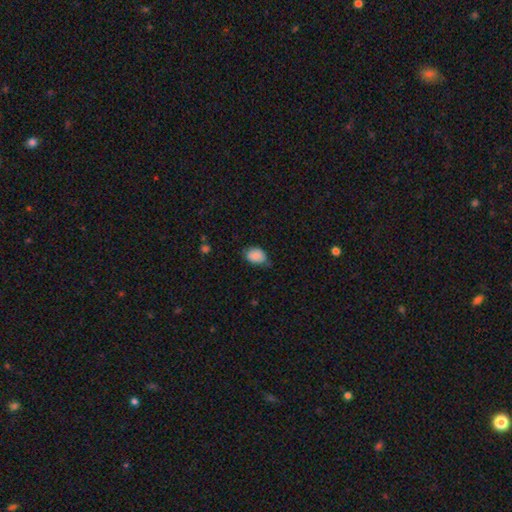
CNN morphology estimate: Overall: smooth (85%). How rounded: in between (77%). Merging: none (61%; minor disturbance 32%).